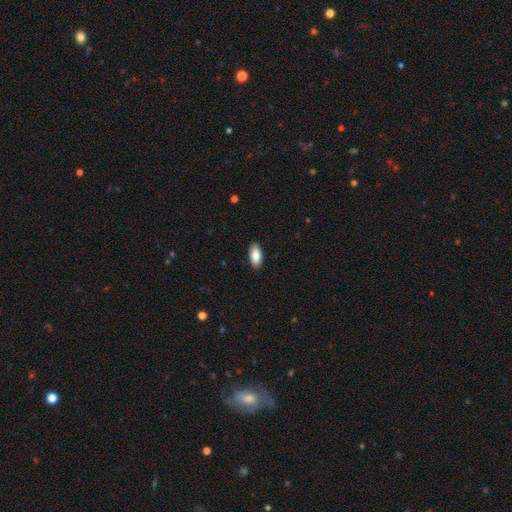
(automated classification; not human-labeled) Morphology: type=smooth (86%); roundness=in between (91%); merging=none (89%).